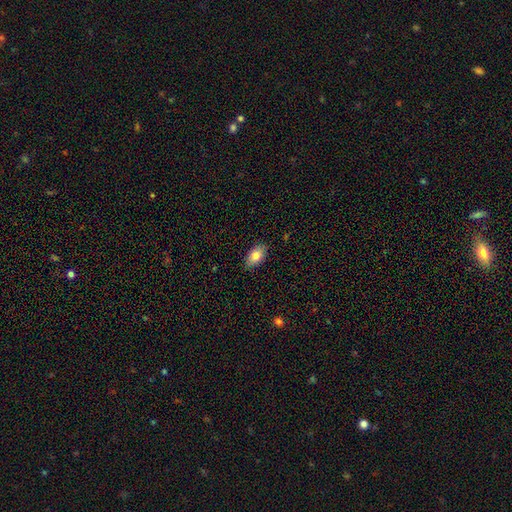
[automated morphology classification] type=smooth (80%); roundness=in between (91%); merging=none (84%).